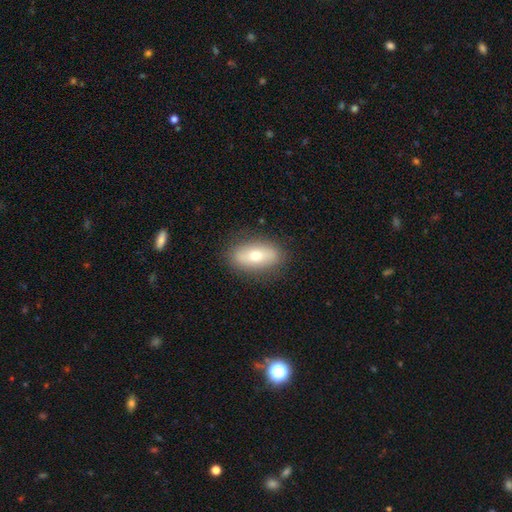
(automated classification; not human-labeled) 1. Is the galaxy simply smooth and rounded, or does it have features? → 64% smooth, 29% featured or disk, 7% star or artifact.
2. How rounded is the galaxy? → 83% in between, 10% cigar-shaped, 6% round.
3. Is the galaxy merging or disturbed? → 86% none, 10% minor disturbance, 3% major disturbance, 1% merger.